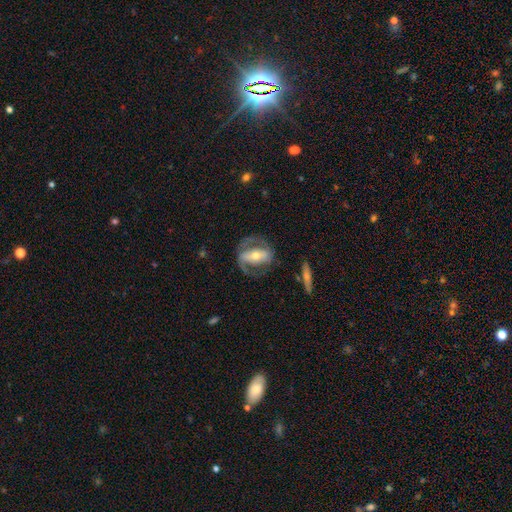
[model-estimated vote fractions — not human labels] This is likely a featured or disk galaxy (74%). It is clearly not viewed edge-on (91%). Bar: possibly strong (56%). Spiral arm pattern: likely yes (69%). Central bulge: possibly moderate (59%). Merging: likely none (66%).